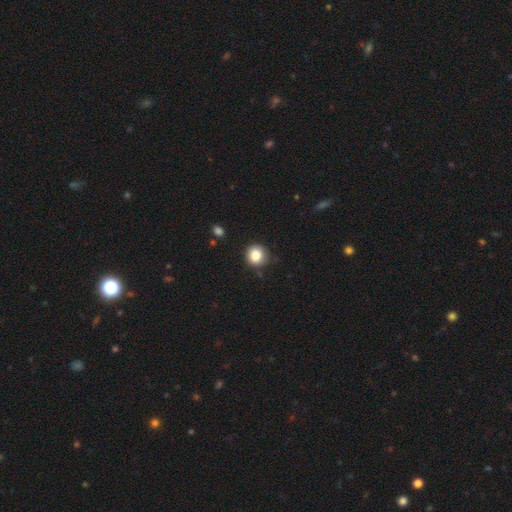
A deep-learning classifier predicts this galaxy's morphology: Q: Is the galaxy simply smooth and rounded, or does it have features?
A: smooth — 86%.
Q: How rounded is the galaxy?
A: round — 89%.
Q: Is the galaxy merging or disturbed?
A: none — 81%.